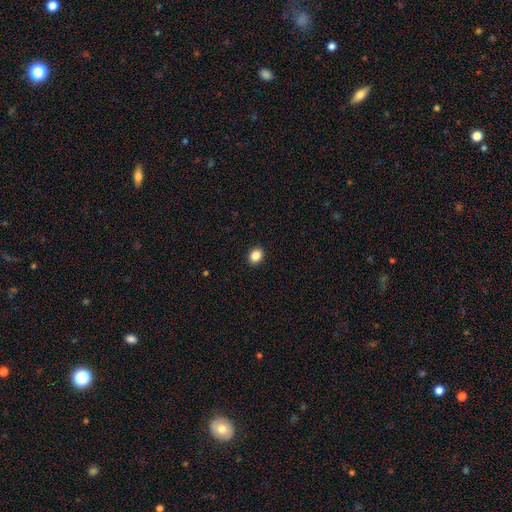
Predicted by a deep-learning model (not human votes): Smooth or featured? Predicted: smooth (p=0.87). How rounded? Predicted: round (p=0.51). Merging? Predicted: none (p=0.92).